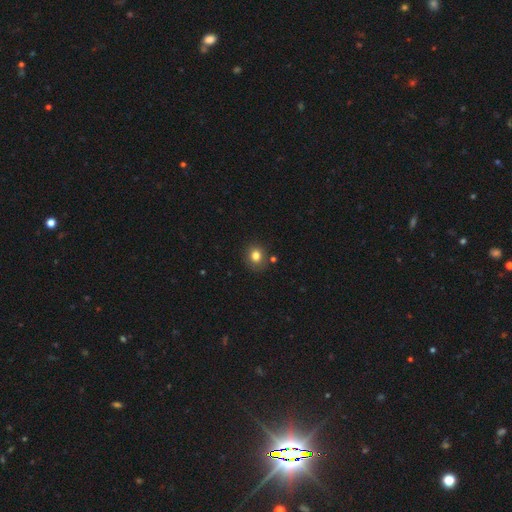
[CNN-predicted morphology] Overall: smooth (80%). How rounded: round (78%). Merging: none (81%).